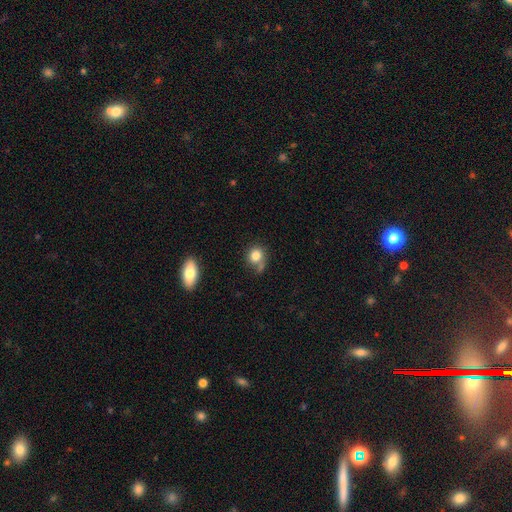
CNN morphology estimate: This is clearly a smooth galaxy (81%). How rounded: likely round (73%). Merging: possibly none (51%).